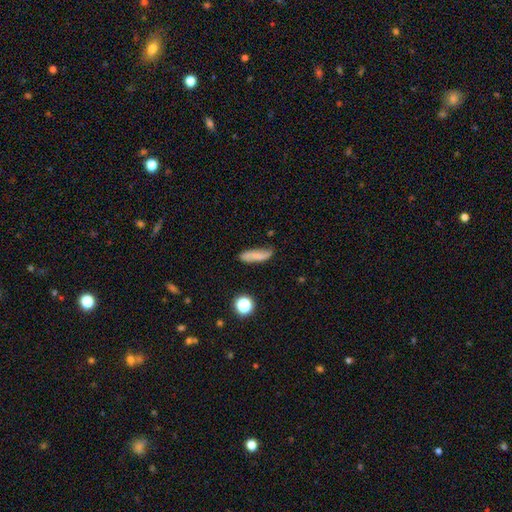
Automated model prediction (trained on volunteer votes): A smooth galaxy with no disk features (69%) that is cigar-shaped (53%).

Vote fractions:
- Smooth or featured? smooth: 69% / featured or disk: 21% / star or artifact: 10%
- How rounded? cigar-shaped: 53% / in between: 43% / round: 4%
- Merging? none: 63% / minor disturbance: 26% / major disturbance: 7% / merger: 4%